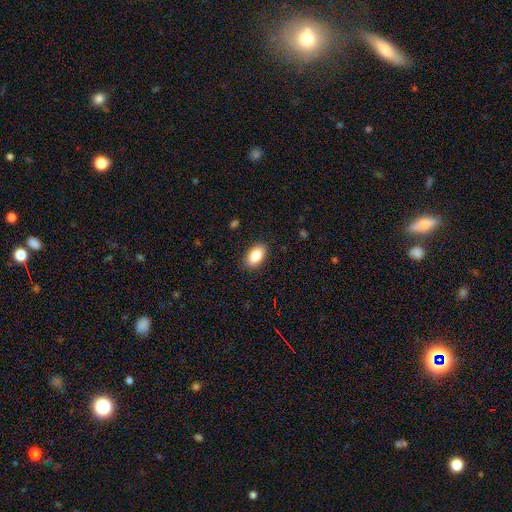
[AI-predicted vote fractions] This is clearly a smooth galaxy (86%). How rounded: clearly in between (92%). Merging: clearly none (88%).